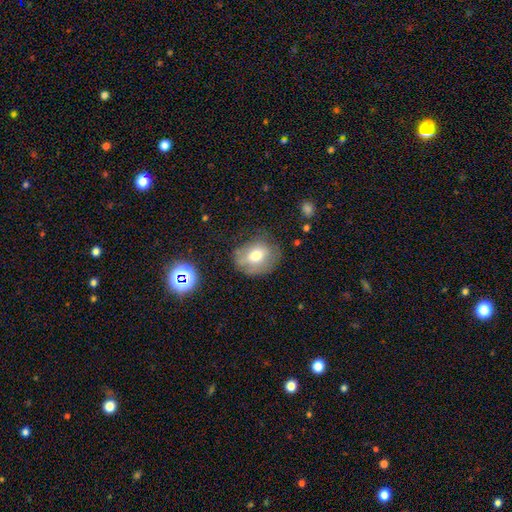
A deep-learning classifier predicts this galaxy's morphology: Smooth or featured?
  - smooth: 64% *
  - featured or disk: 25%
  - star or artifact: 11%
How rounded?
  - in between: 51% *
  - round: 48%
  - cigar-shaped: 1%
Merging?
  - none: 61% *
  - minor disturbance: 26%
  - major disturbance: 10%
  - merger: 3%